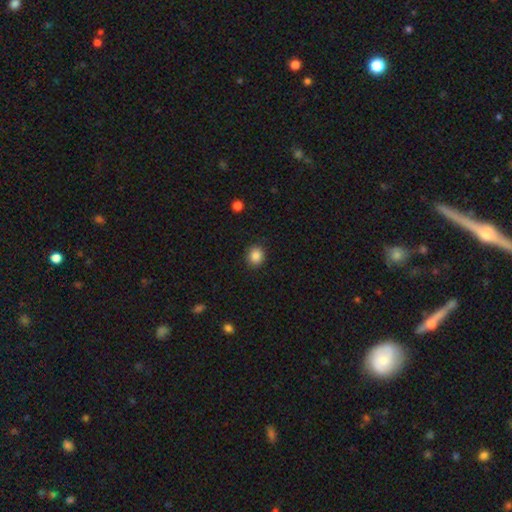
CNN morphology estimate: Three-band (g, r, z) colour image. It shows a smooth galaxy with no disk features (87%) that is round (77%). Merging: none (90%).